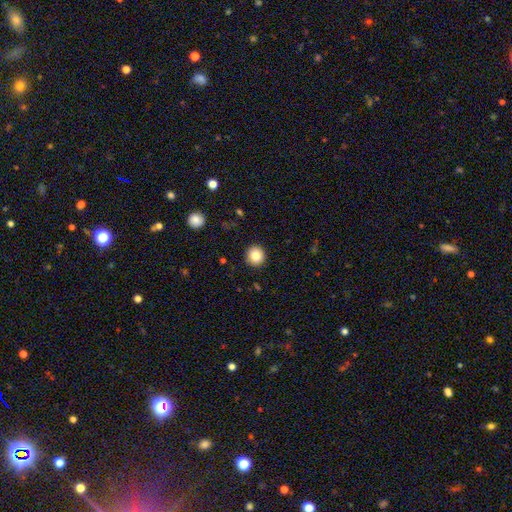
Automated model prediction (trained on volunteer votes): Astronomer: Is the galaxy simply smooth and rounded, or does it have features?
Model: smooth — 83%.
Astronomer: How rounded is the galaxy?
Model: round — 93%.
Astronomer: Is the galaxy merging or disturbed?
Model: none — 92%.